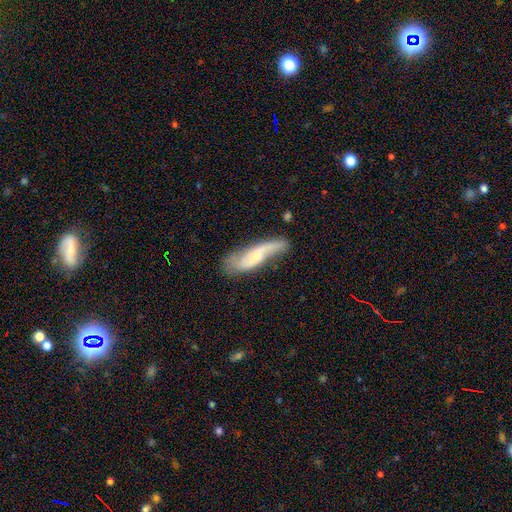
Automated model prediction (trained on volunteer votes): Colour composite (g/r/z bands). It shows a featured or disk galaxy (65%) with no bar (52%), spiral arms (89%) and a small central bulge (58%). Merging: none (54%).